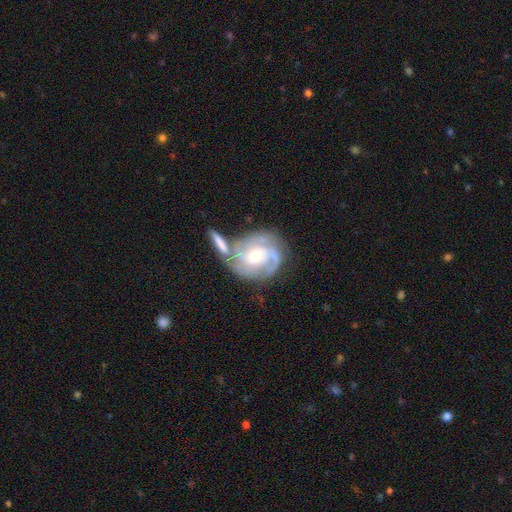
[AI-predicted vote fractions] smooth_or_featured: featured or disk (p=0.84) [alt: smooth p=0.11]
disk_edge_on: no (p=0.97) [alt: yes p=0.03]
bar: no (p=0.61) [alt: weak p=0.31]
has_spiral_arms: yes (p=0.95) [alt: no p=0.05]
spiral_winding: tight (p=0.61) [alt: medium p=0.32]
spiral_arm_count: 2 (p=0.38) [alt: 3 p=0.26]
bulge_size: moderate (p=0.61) [alt: small p=0.28]
merging: none (p=0.48) [alt: merger p=0.27]